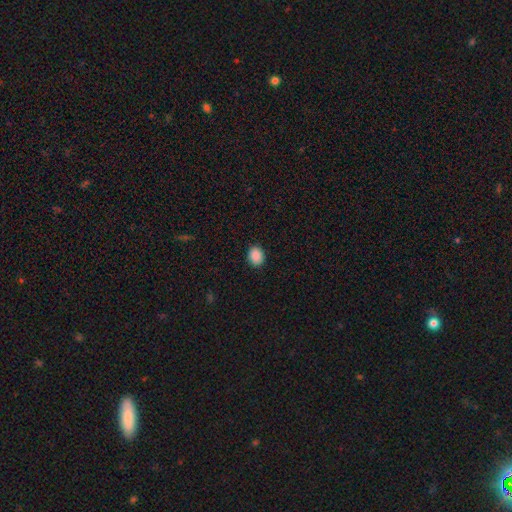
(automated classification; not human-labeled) Smooth or featured: smooth — 89% (star or artifact — 9%)
How rounded: in between — 54% (round — 45%)
Merging: none — 90% (minor disturbance — 7%)